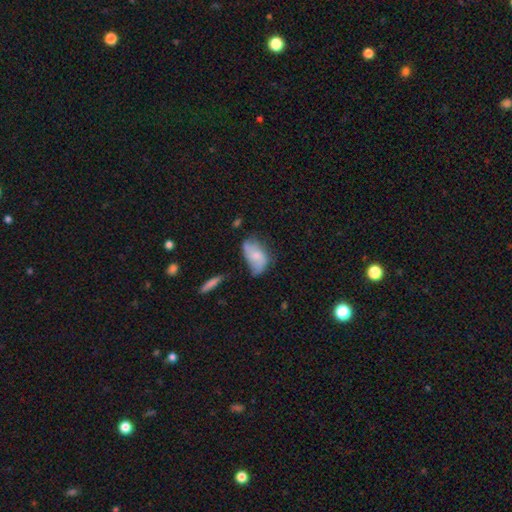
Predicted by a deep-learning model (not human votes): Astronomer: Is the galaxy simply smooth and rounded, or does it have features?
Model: smooth — 62%.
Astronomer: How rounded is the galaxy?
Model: in between — 92%.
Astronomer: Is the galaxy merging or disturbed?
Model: minor disturbance — 37% (runner-up: none, 36%).